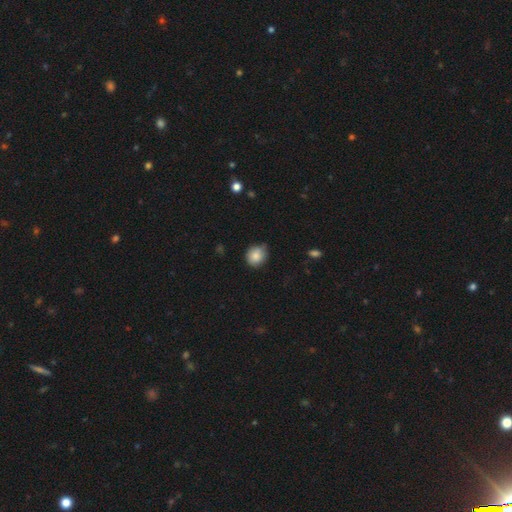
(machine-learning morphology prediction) The model was most divided on "merging": none: 68%, minor disturbance: 27%, major disturbance: 4%, merger: 2%. More confident: smooth or featured — smooth (84%); how rounded — round (77%).